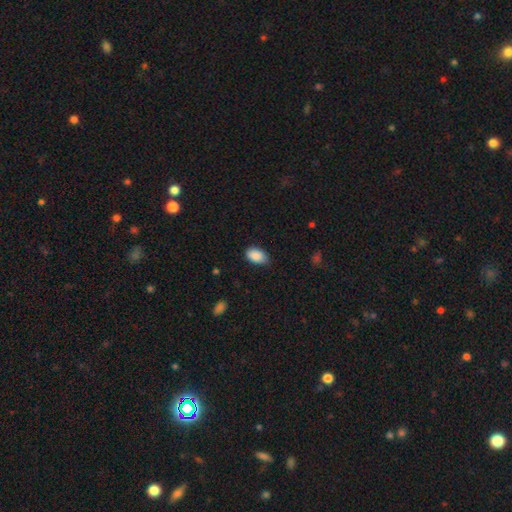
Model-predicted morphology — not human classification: smooth 89%, star or artifact 7%, featured or disk 4%. Down the decision tree: how rounded — in between (91%); merging — none (69%).